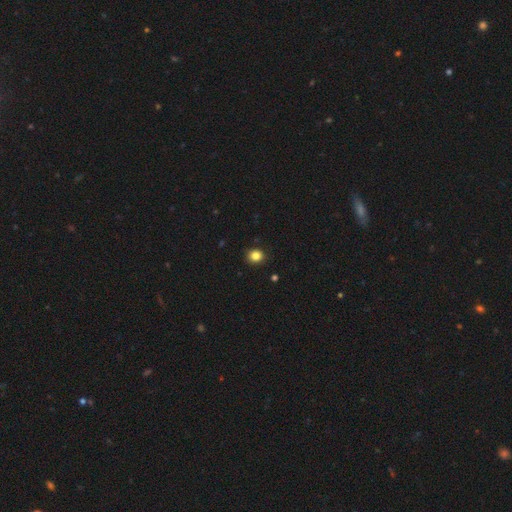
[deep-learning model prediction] This is clearly a smooth galaxy (84%). How rounded: likely round (77%). Merging: clearly none (90%).